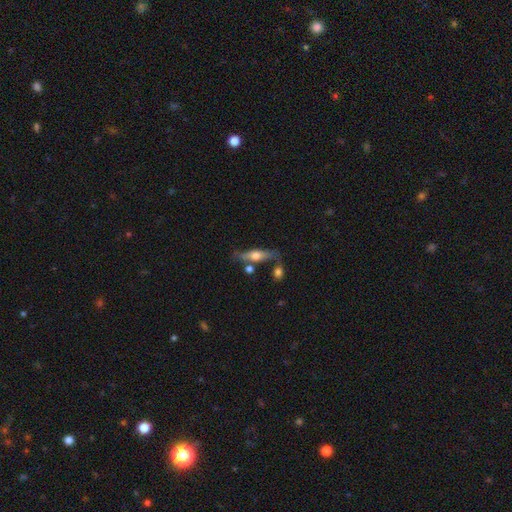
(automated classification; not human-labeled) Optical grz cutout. It shows a featured or disk galaxy (53%) viewed edge-on (85%). Merging: none (67%).